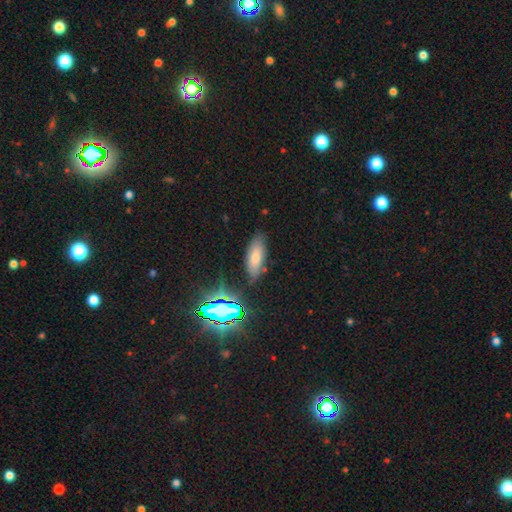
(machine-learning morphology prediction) This appears to be a smooth galaxy with no disk features (56%) that is in between round and cigar-shaped (68%). Merging: none (82%).